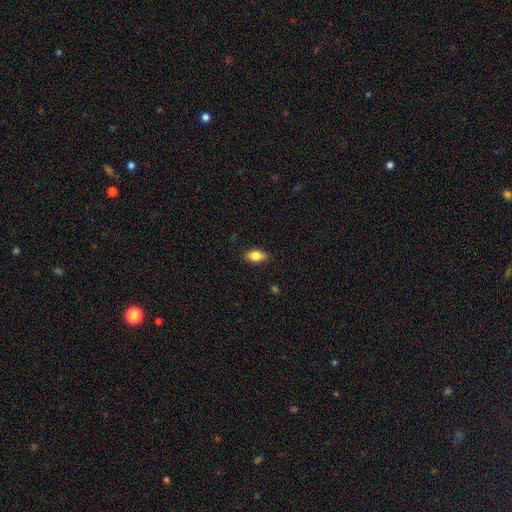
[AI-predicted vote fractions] Overall: smooth (82%). How rounded: in between (88%). Merging: none (86%).